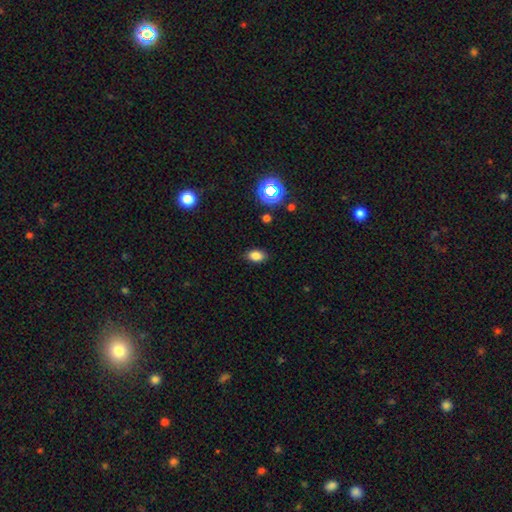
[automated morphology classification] A smooth galaxy with no disk features (81%) that is in between round and cigar-shaped (85%). Merging: none (85%).